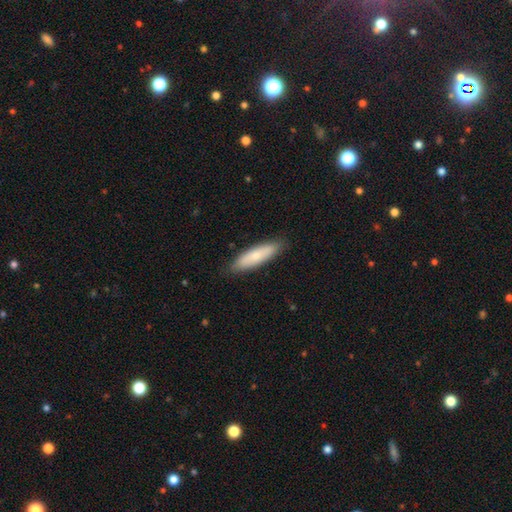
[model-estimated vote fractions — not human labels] This is likely a smooth galaxy (74%). How rounded: likely cigar-shaped (64%). Merging: clearly none (86%).